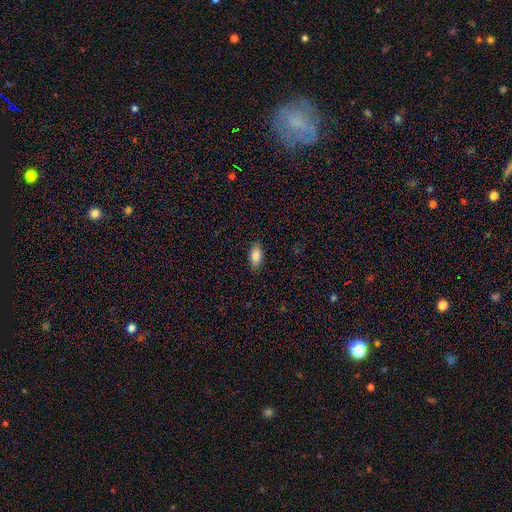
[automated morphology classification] Smooth or featured: smooth — 86% (star or artifact — 7%)
How rounded: in between — 91% (cigar-shaped — 6%)
Merging: none — 88% (minor disturbance — 9%)